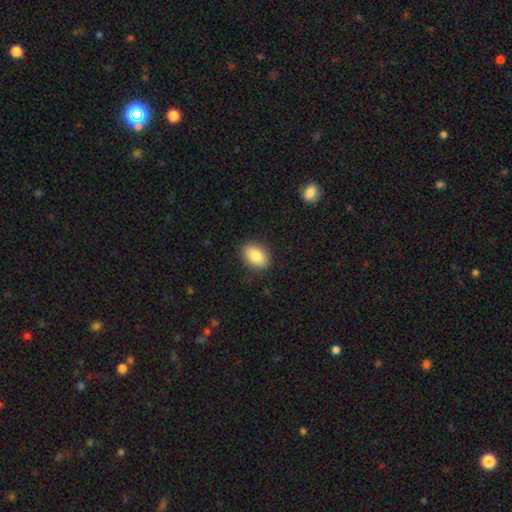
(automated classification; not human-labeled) Morphology: type=smooth (88%); roundness=in between (85%); merging=none (88%).